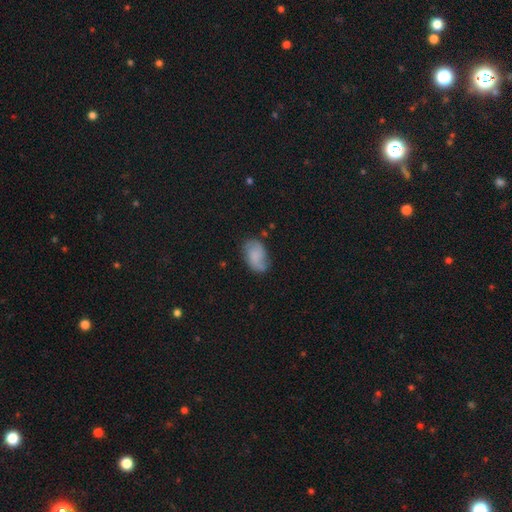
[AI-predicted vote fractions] smooth-or-featured: smooth: 61% | featured or disk: 31% | star or artifact: 8%
  how-rounded: in between: 90% | round: 8% | cigar-shaped: 2%
  merging: none: 63% | minor disturbance: 27% | major disturbance: 8% | merger: 3%